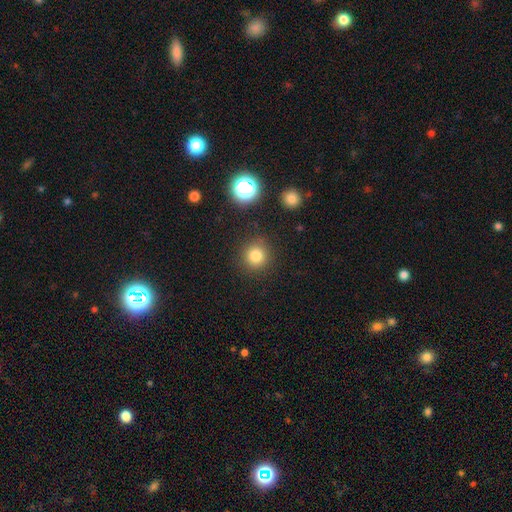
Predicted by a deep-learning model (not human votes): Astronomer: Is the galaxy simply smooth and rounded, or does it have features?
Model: smooth — 80%.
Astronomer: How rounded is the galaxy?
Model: round — 93%.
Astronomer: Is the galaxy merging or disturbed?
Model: none — 87%.